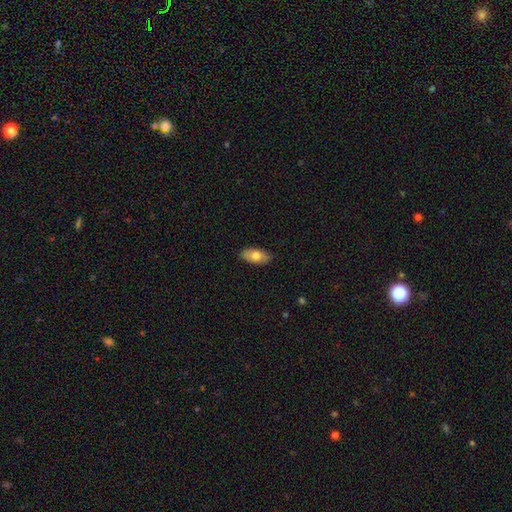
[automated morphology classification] smooth 74%, featured or disk 20%, star or artifact 6%. Down the decision tree: how rounded — in between (90%); merging — none (86%).